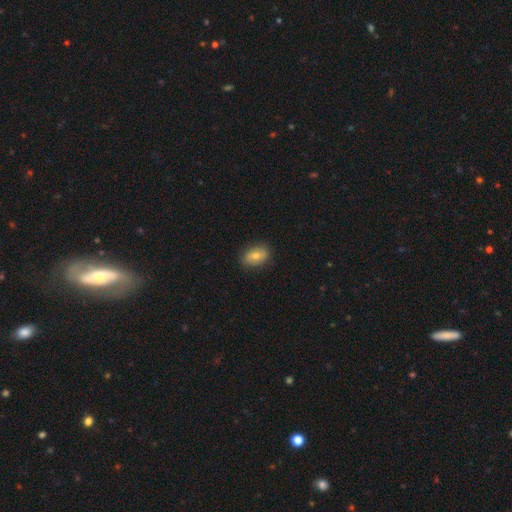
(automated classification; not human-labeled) A smooth galaxy with no disk features (69%) that is in between round and cigar-shaped (79%). Merging: none (85%).